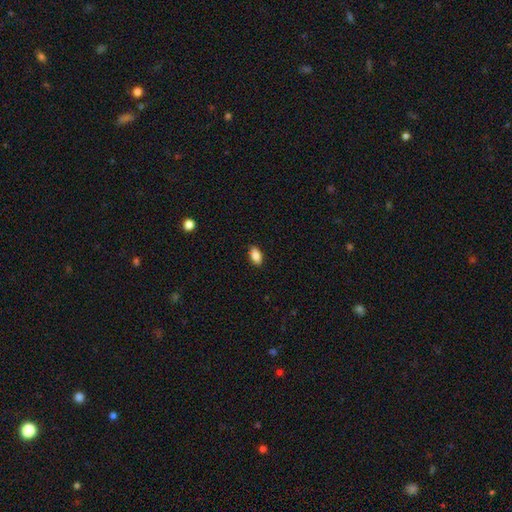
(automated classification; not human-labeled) A smooth galaxy with no disk features (86%) that is in between round and cigar-shaped (90%). Merging: none (88%).